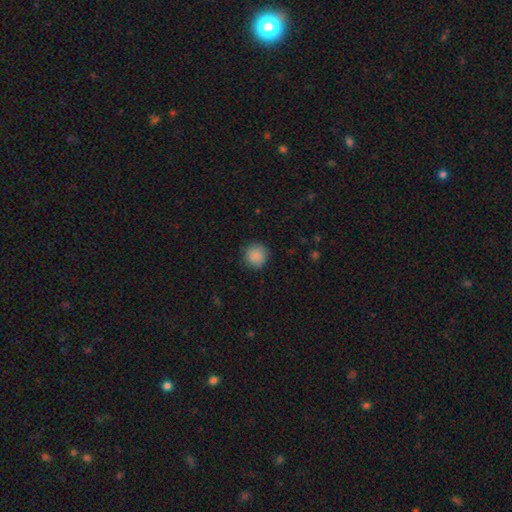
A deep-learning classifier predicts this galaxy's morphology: smooth-or-featured: smooth: 88% | star or artifact: 8% | featured or disk: 4%
  how-rounded: round: 92% | in between: 7% | cigar-shaped: 1%
  merging: none: 86% | minor disturbance: 10% | major disturbance: 3% | merger: 1%